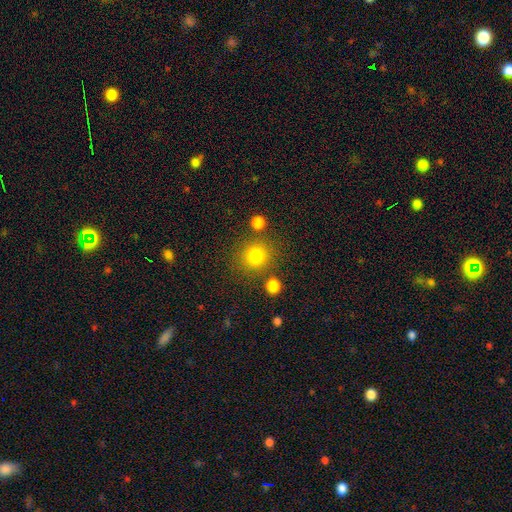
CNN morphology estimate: This is clearly a smooth galaxy (80%). How rounded: clearly round (90%). Merging: likely none (79%).